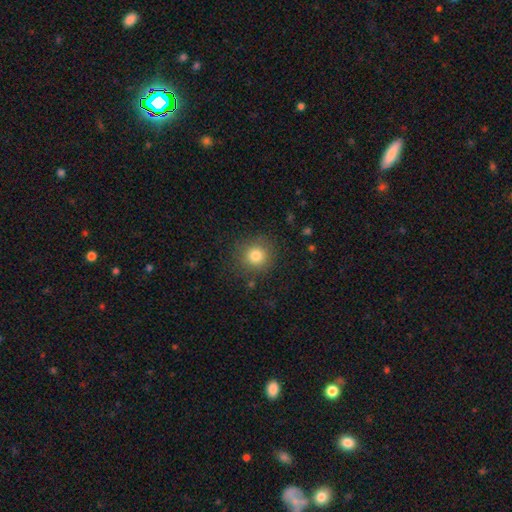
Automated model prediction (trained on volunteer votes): Smooth or featured: smooth — 80% (star or artifact — 12%)
How rounded: round — 93% (in between — 6%)
Merging: none — 86% (minor disturbance — 9%)